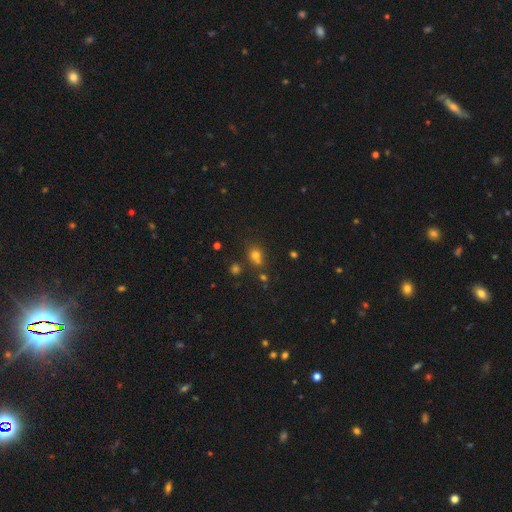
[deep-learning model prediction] Smooth or featured: smooth — 69% (star or artifact — 22%)
How rounded: round — 71% (in between — 28%)
Merging: none — 58% (merger — 24%)